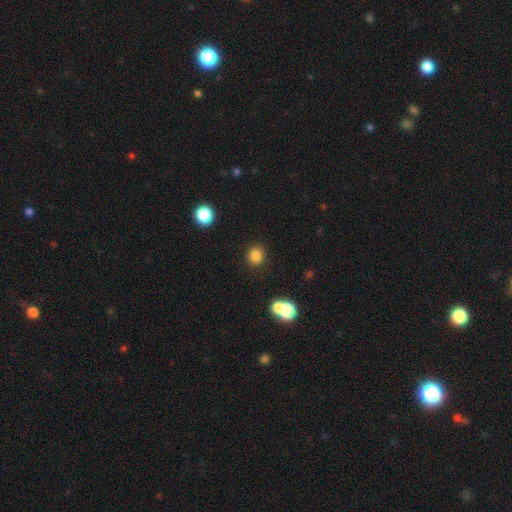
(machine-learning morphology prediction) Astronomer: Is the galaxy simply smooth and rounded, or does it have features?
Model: smooth — 83%.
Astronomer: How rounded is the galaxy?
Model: round — 81%.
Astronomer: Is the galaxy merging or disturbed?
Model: none — 87%.